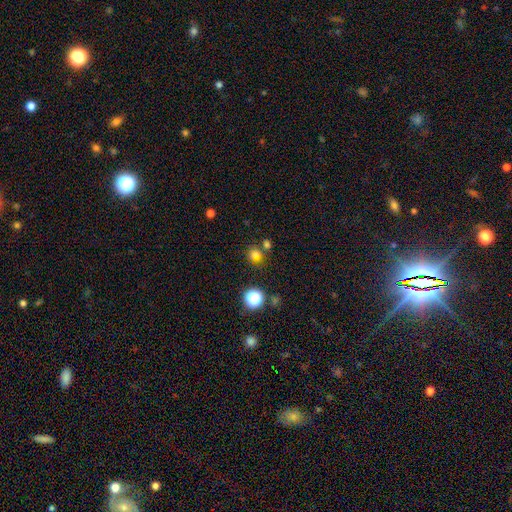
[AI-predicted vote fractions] smooth 71%, star or artifact 22%, featured or disk 7%. Down the decision tree: how rounded — round (87%); merging — none (70%).